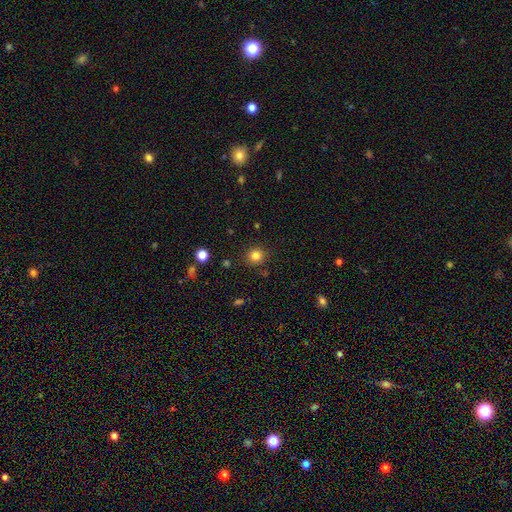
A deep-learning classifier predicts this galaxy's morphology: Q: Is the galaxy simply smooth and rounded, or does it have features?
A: smooth — 82%.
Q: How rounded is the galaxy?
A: round — 91%.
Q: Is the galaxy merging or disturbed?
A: none — 89%.